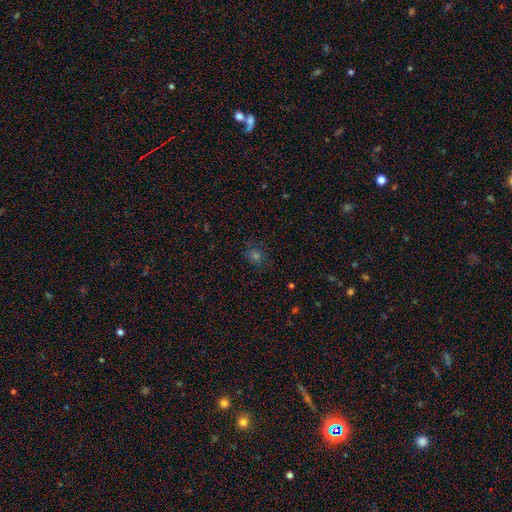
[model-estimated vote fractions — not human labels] Smooth or featured?
  - smooth: 56% *
  - star or artifact: 33%
  - featured or disk: 11%
How rounded?
  - round: 72% *
  - in between: 27%
  - cigar-shaped: 1%
Merging?
  - none: 82% *
  - minor disturbance: 12%
  - major disturbance: 4%
  - merger: 1%